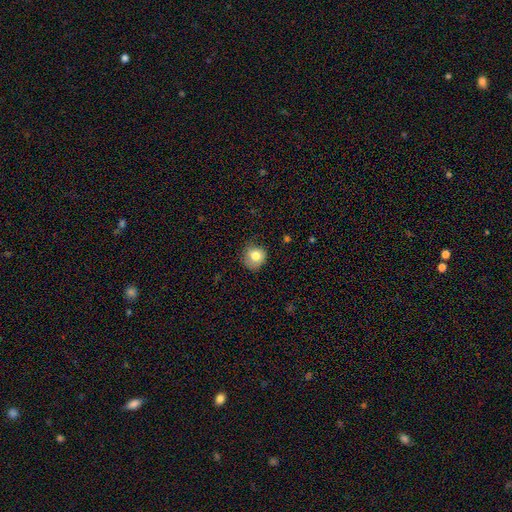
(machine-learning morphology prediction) This appears to be a smooth galaxy with no disk features (80%) that is round (86%). Merging: none (69%).